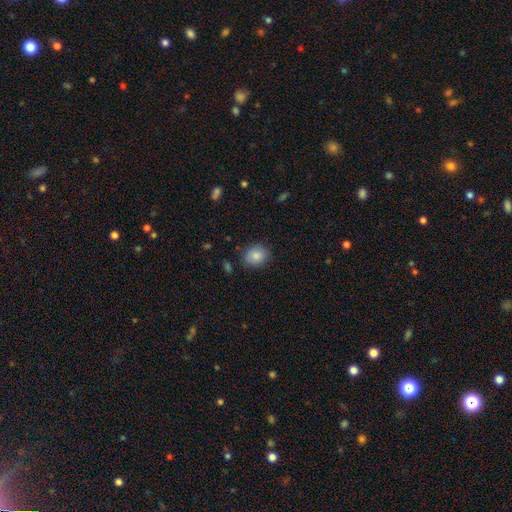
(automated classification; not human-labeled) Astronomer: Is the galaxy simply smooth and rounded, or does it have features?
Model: smooth — 86%.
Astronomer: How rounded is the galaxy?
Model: round — 51% (runner-up: in between, 48%).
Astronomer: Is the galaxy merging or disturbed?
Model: none — 83%.